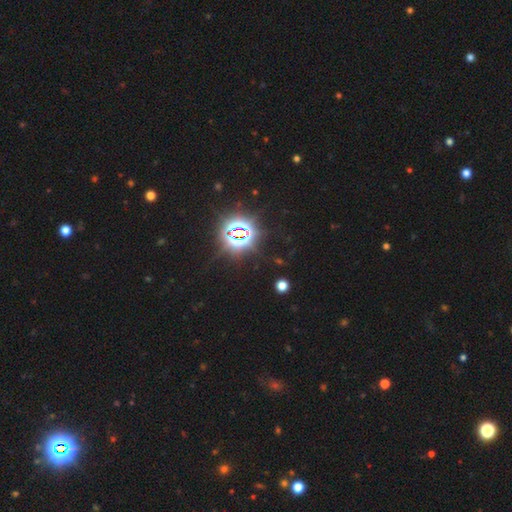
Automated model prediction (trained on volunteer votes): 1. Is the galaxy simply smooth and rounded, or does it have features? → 86% star or artifact, 9% smooth, 5% featured or disk.